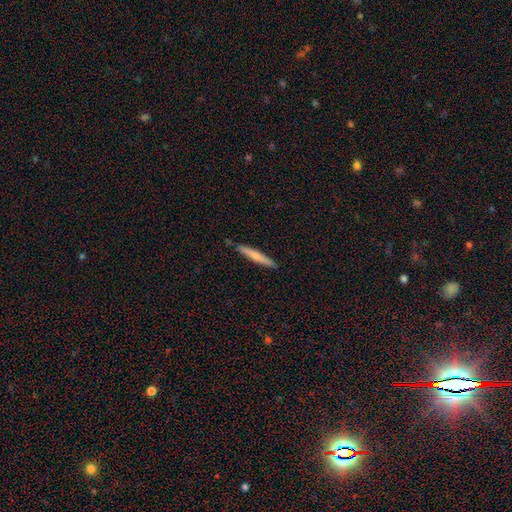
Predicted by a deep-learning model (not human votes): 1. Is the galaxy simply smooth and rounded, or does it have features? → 61% smooth, 33% featured or disk, 5% star or artifact.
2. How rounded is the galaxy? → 95% cigar-shaped, 4% in between, 1% round.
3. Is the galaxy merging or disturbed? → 88% none, 9% minor disturbance, 2% major disturbance, 1% merger.